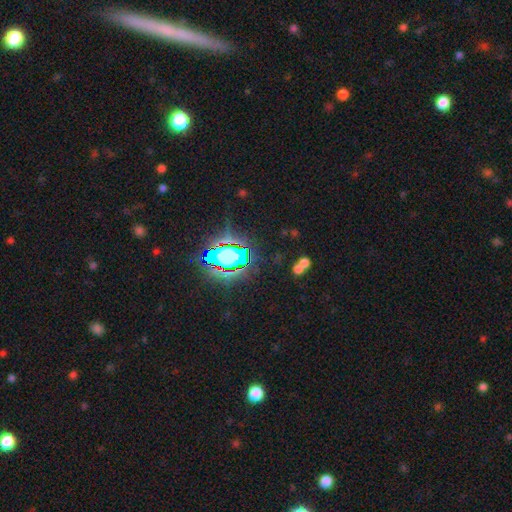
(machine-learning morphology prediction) Smooth or featured: star or artifact — 80% (smooth — 13%)